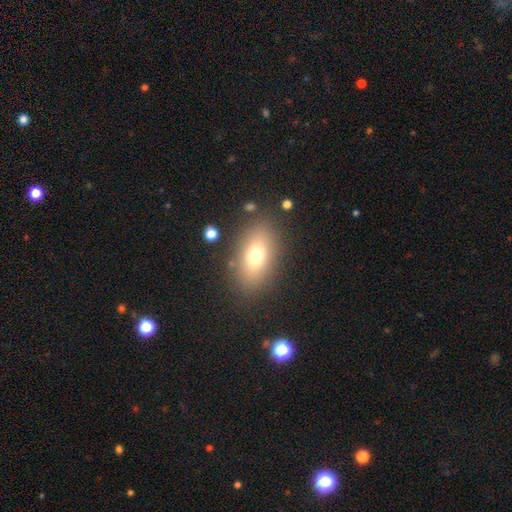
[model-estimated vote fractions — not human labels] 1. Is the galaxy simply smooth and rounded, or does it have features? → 71% smooth, 17% featured or disk, 12% star or artifact.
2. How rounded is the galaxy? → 84% in between, 13% round, 4% cigar-shaped.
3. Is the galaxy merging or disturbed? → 83% none, 10% minor disturbance, 5% major disturbance, 2% merger.